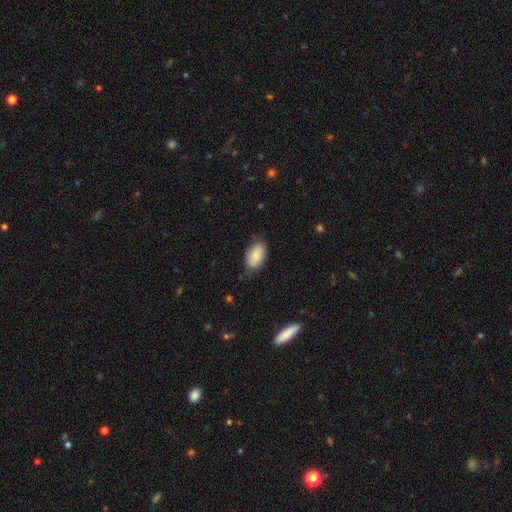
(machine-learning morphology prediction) This is clearly a smooth galaxy (81%). How rounded: clearly in between (93%). Merging: likely none (73%).